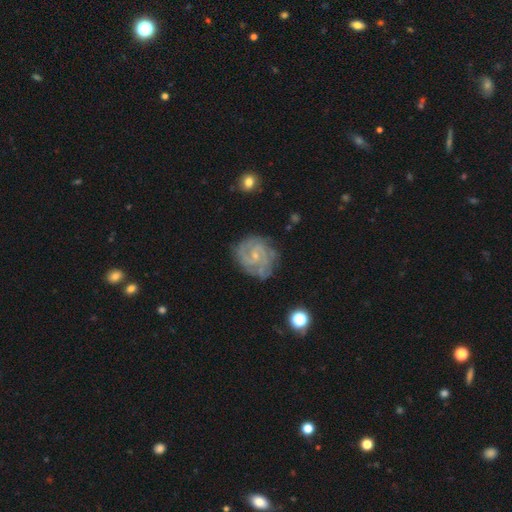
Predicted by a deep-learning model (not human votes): Smooth or featured: featured or disk — 86% (smooth — 8%)
Edge-on disk: no — 98% (yes — 2%)
Bar: no — 52% (weak — 40%)
Spiral arms: yes — 96% (no — 4%)
Spiral winding: tight — 59% (medium — 35%)
Spiral arm count: 2 — 41% (3 — 21%)
Bulge size: small — 76% (moderate — 18%)
Merging: none — 73% (minor disturbance — 19%)